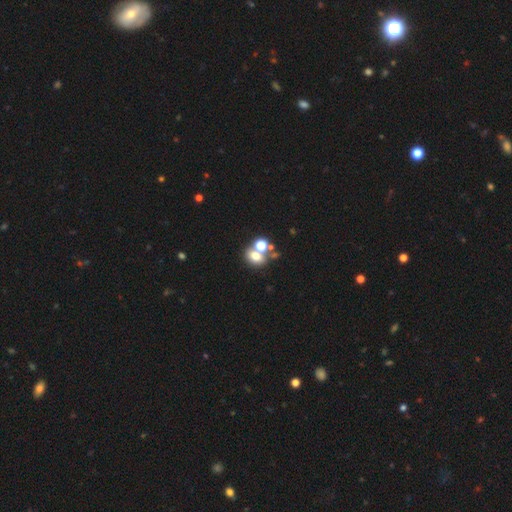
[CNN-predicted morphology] smooth_or_featured: smooth (p=0.66) [alt: star or artifact p=0.18]
how_rounded: in between (p=0.52) [alt: round p=0.47]
merging: none (p=0.43) [alt: merger p=0.42]